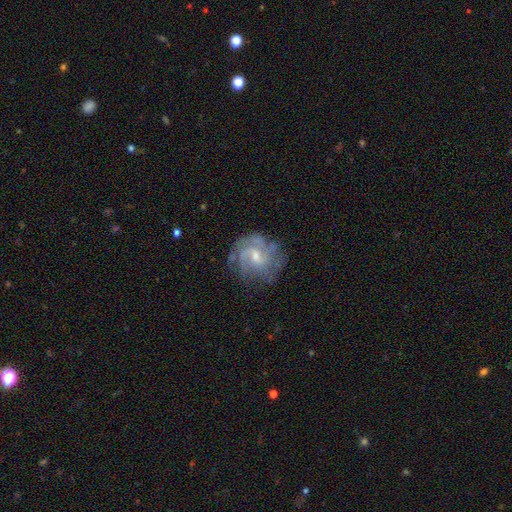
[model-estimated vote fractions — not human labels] The model was most divided on "bar": weak: 47%, no: 45%, strong: 8%. Remaining: edge-on disk — no (97%); spiral arms — yes (91%); smooth or featured — featured or disk (78%); merging — none (72%); bulge size — small (49%); spiral winding — tight (49%); spiral arm count — can't tell (35%).